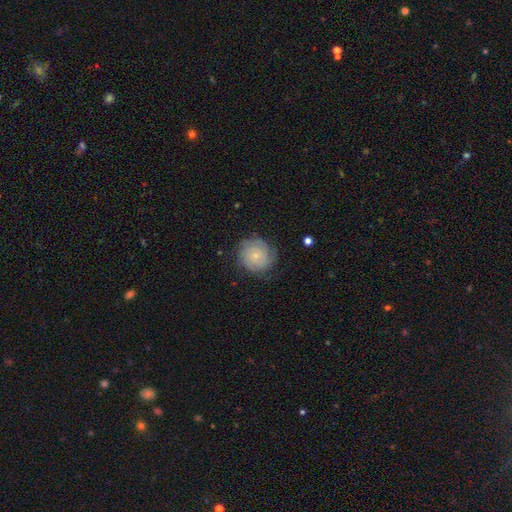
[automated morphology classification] Smooth or featured? featured or disk (61%)
Edge-on disk? no (98%)
Bar? no (81%)
Spiral arms? yes (90%)
Spiral winding? tight (77%)
Spiral arm count? can't tell (42%)
Bulge size? small (77%)
Merging? none (77%)